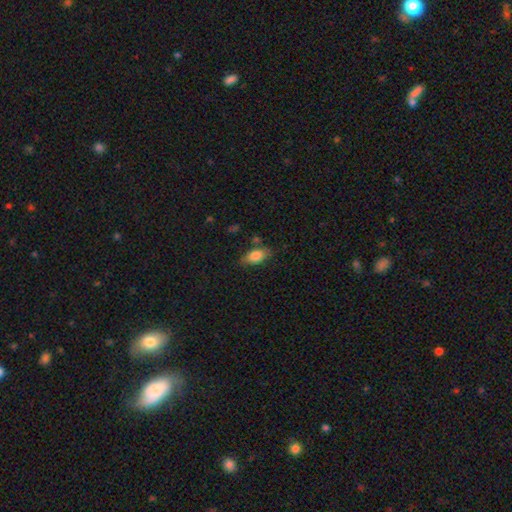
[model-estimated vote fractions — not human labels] A smooth galaxy with no disk features (81%) that is in between round and cigar-shaped (87%).

Vote fractions:
- Smooth or featured? smooth: 81% / featured or disk: 12% / star or artifact: 8%
- How rounded? in between: 87% / cigar-shaped: 8% / round: 5%
- Merging? none: 72% / minor disturbance: 19% / major disturbance: 4% / merger: 4%